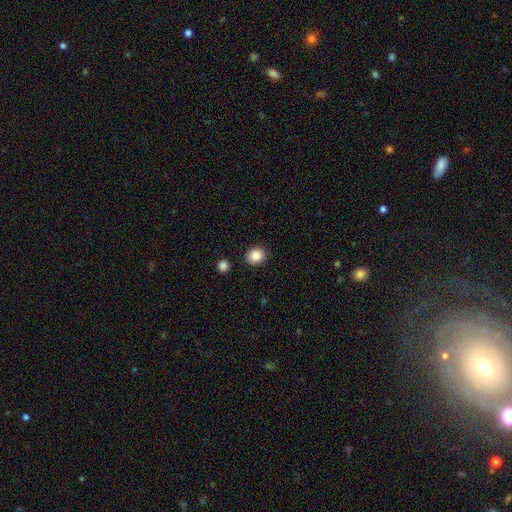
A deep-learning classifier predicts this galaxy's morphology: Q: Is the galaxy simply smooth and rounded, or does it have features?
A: smooth — 87%.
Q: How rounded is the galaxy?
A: round — 79%.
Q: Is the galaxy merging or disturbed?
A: none — 88%.